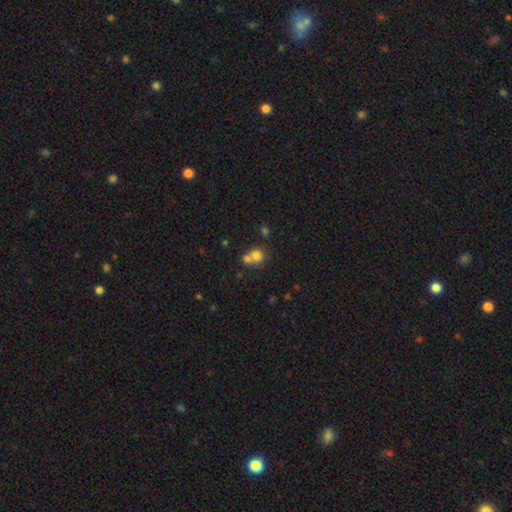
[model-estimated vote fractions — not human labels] smooth-or-featured: smooth: 74% | star or artifact: 14% | featured or disk: 12%
  how-rounded: round: 80% | in between: 19% | cigar-shaped: 1%
  merging: merger: 52% | none: 38% | minor disturbance: 7% | major disturbance: 3%